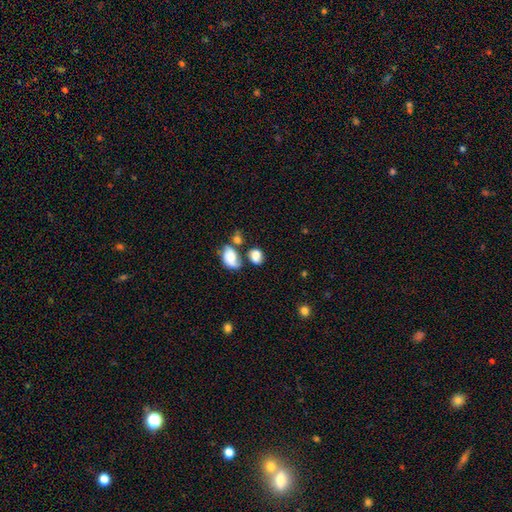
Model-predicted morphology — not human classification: The model was most divided on "merging": none: 40%, merger: 33%, minor disturbance: 17%, major disturbance: 10%. More confident: smooth or featured — smooth (77%); how rounded — in between (61%).